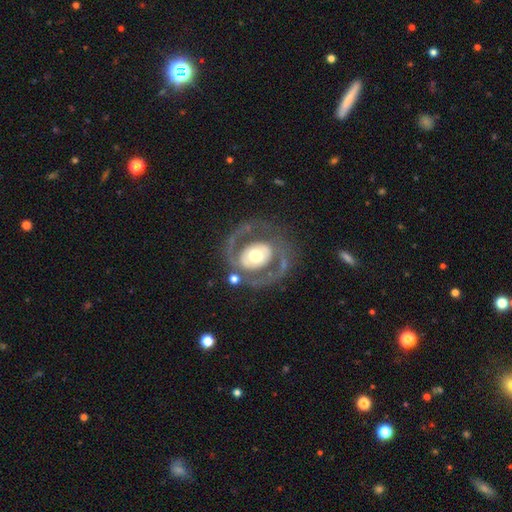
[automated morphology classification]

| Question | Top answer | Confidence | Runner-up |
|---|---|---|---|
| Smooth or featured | featured or disk | 78% | smooth (17%) |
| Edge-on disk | no | 96% | yes (4%) |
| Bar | no | 66% | weak (21%) |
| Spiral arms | yes | 63% | no (37%) |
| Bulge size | moderate | 59% | large (30%) |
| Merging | none | 68% | major disturbance (15%) |